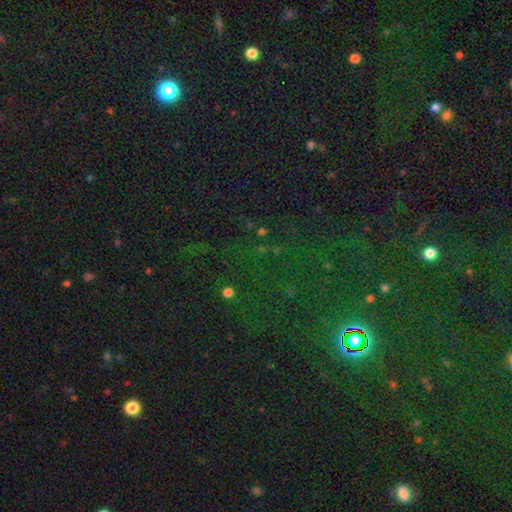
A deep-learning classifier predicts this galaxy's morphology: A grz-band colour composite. It shows a star or artifact, not a galaxy (79%).